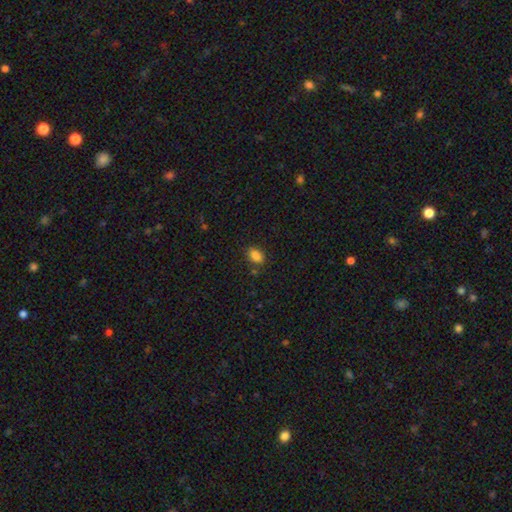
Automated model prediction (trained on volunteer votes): Overall: smooth (86%). How rounded: in between (84%). Merging: none (81%).